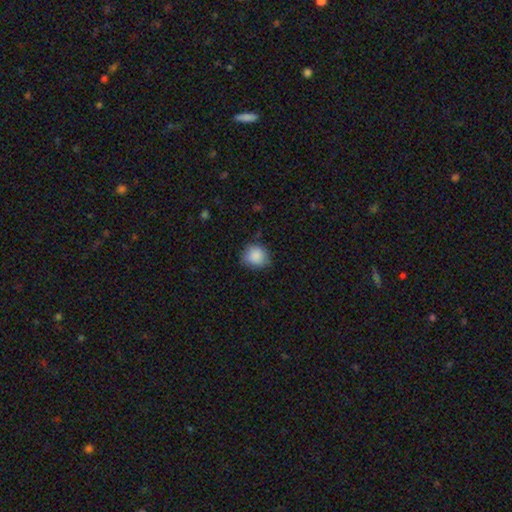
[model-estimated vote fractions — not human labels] Overall: smooth (87%). How rounded: round (77%). Merging: none (72%).